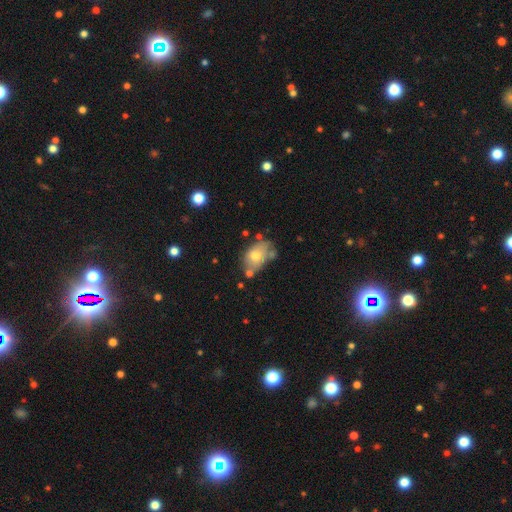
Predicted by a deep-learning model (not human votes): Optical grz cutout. It shows a smooth galaxy with no disk features (64%) that is in between round and cigar-shaped (86%). Merging: none (45%).